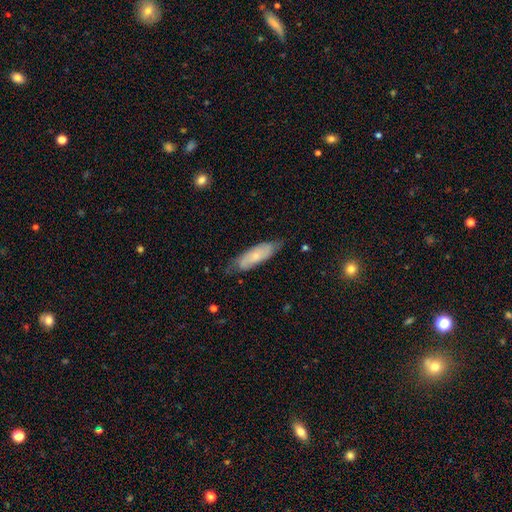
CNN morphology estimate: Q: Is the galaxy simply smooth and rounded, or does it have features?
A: smooth — 56%.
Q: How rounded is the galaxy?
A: in between — 57%.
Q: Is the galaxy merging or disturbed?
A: none — 67%.